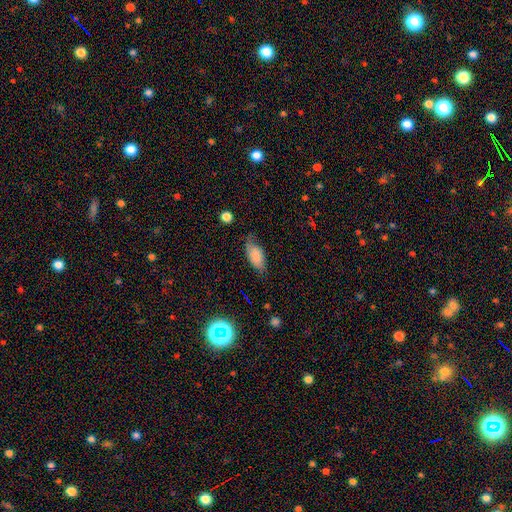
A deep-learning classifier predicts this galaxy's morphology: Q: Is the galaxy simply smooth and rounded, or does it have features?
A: smooth — 78%.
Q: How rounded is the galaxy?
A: in between — 92%.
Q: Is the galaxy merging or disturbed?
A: none — 56%.